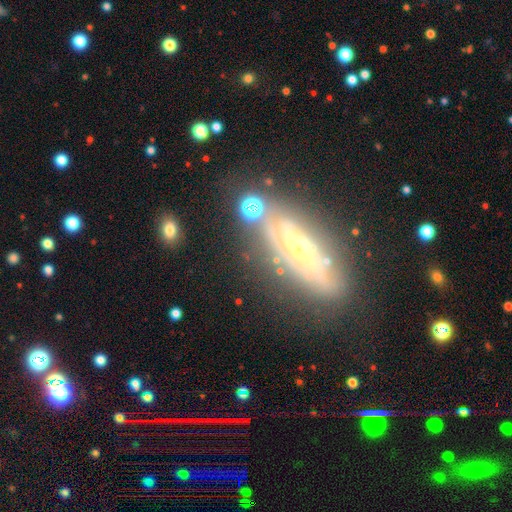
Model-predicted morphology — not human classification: Smooth or featured: featured or disk — 66% (smooth — 19%)
Edge-on disk: yes — 61% (no — 39%)
Merging: none — 72% (minor disturbance — 16%)